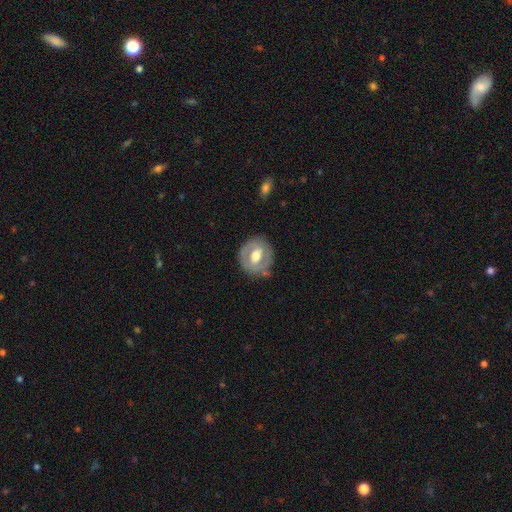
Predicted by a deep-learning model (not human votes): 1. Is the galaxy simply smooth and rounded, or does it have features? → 57% featured or disk, 37% smooth, 6% star or artifact.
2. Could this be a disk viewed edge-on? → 95% no, 5% yes.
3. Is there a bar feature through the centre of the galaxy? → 40% weak (tied), 40% no (tied), 20% strong.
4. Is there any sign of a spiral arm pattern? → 66% no, 34% yes.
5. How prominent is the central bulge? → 63% moderate, 27% large, 7% small, 2% dominant, 1% none.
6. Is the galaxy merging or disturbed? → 76% none, 16% minor disturbance, 6% major disturbance, 2% merger.